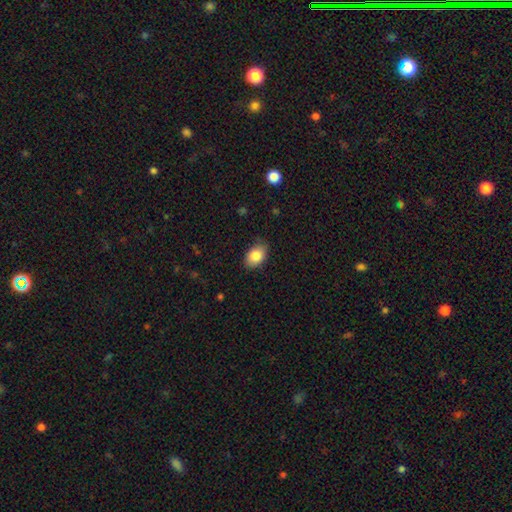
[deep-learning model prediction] Overall: smooth (85%). How rounded: in between (86%). Merging: none (83%).